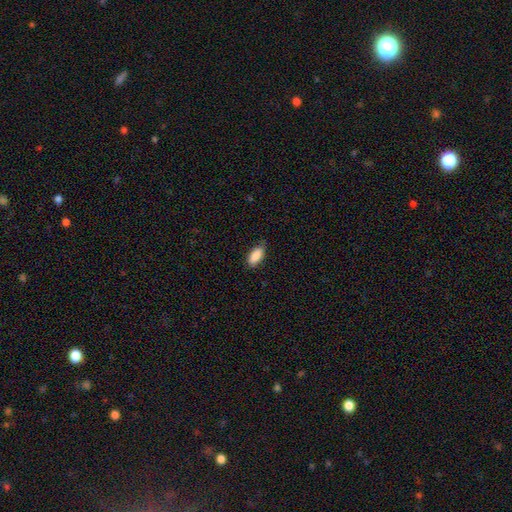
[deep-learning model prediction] Overall: smooth (88%). How rounded: in between (88%). Merging: none (72%).